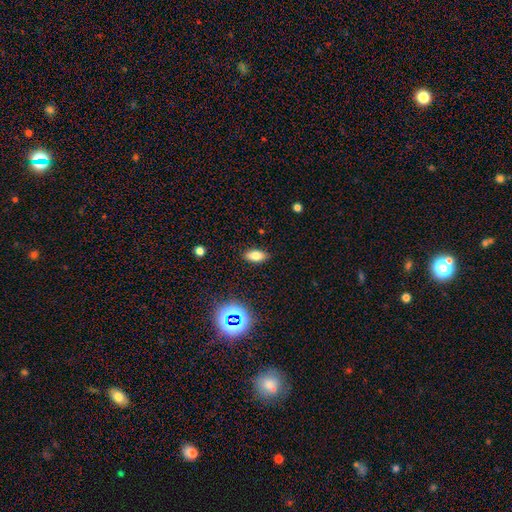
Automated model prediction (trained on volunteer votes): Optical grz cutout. It shows a smooth galaxy with no disk features (76%) that is in between round and cigar-shaped (87%). Merging: none (87%).